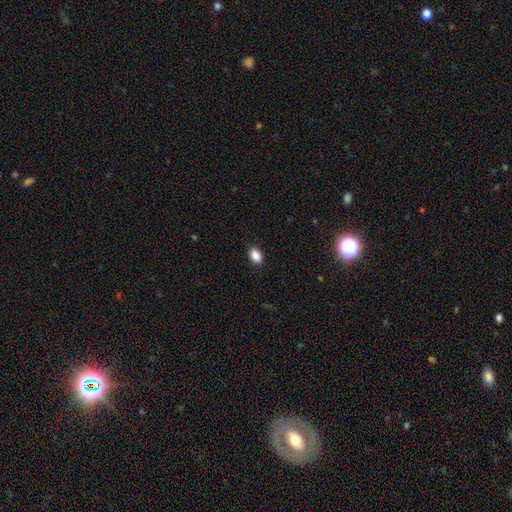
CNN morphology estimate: This appears to be a smooth galaxy with no disk features (88%) that is in between round and cigar-shaped (82%). Merging: none (90%).